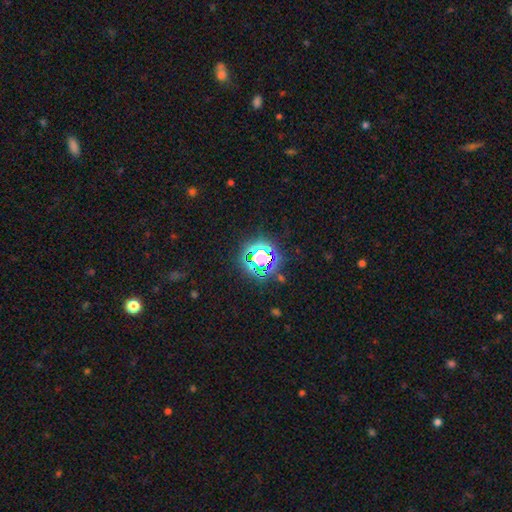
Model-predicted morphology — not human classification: This is likely a star or artifact rather than a galaxy (73%).